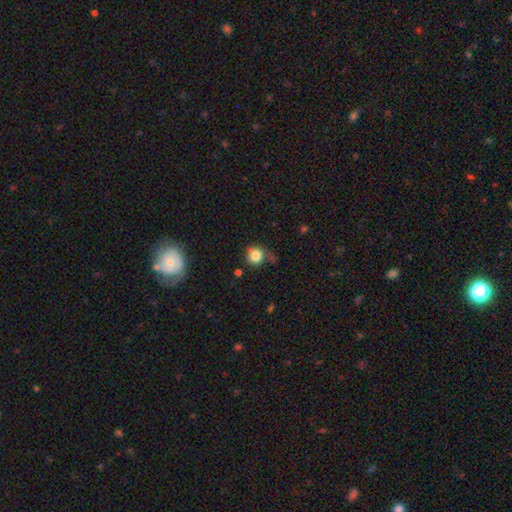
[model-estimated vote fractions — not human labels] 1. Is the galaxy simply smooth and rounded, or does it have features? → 81% smooth, 11% star or artifact, 8% featured or disk.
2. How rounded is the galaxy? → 83% round, 16% in between, 1% cigar-shaped.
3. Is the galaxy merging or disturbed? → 54% none, 28% minor disturbance, 12% major disturbance, 6% merger.